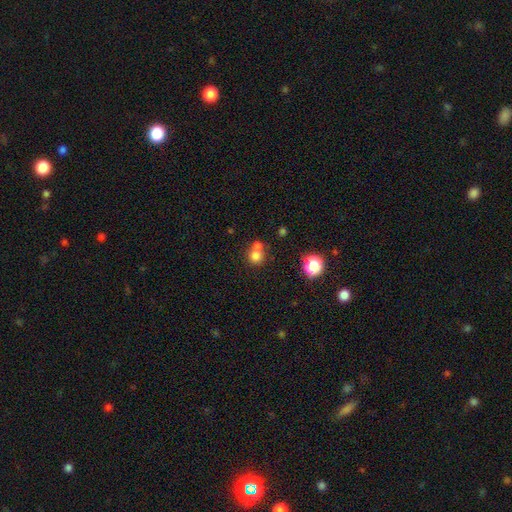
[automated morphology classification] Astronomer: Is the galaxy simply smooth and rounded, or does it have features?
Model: smooth — 75%.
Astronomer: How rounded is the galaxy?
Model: round — 87%.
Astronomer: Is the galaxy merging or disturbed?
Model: none — 47% (runner-up: merger, 43%).